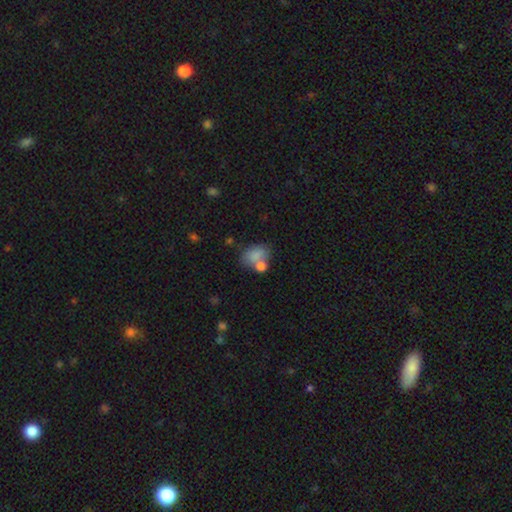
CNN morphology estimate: smooth-or-featured: smooth: 78% | featured or disk: 12% | star or artifact: 9%
  how-rounded: in between: 73% | round: 26% | cigar-shaped: 1%
  merging: none: 38% (tied) | merger: 38% (tied) | minor disturbance: 17% | major disturbance: 8%